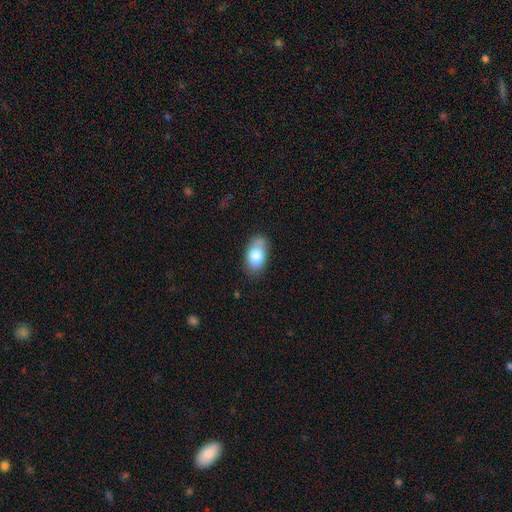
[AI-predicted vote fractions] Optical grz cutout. It shows a smooth galaxy with no disk features (80%) that is in between round and cigar-shaped (91%). Merging: none (74%).